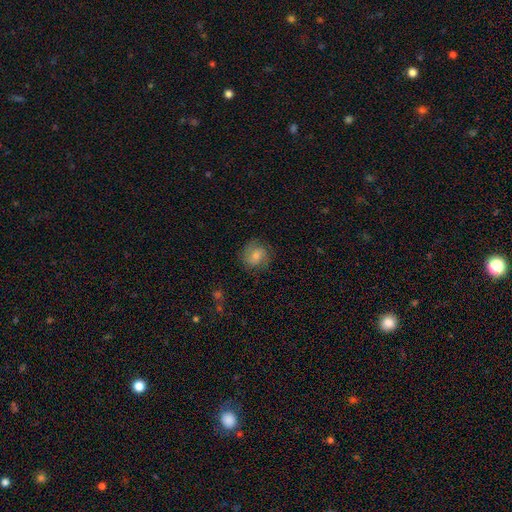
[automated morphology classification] A smooth galaxy with no disk features (56%) that is round (78%). Merging: none (76%).